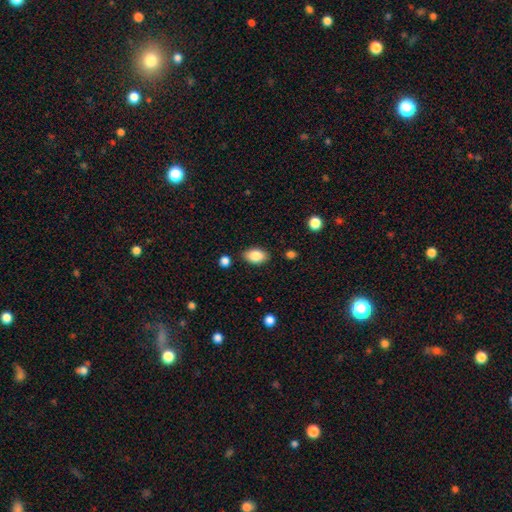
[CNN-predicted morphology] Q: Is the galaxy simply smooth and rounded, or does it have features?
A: smooth — 85%.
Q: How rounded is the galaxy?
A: in between — 90%.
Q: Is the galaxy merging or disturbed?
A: none — 84%.